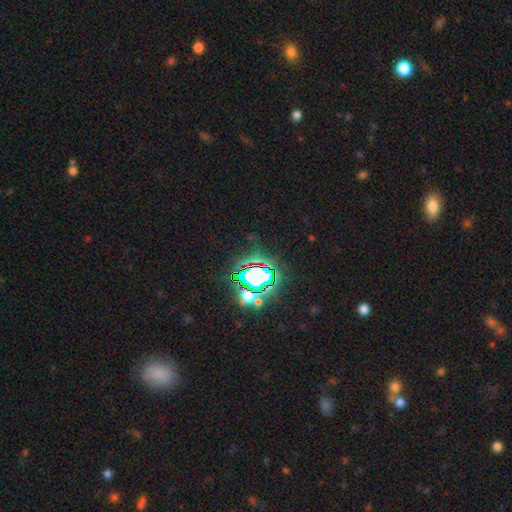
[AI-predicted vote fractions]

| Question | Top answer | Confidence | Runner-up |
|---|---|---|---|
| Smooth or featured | star or artifact | 74% | smooth (15%) |